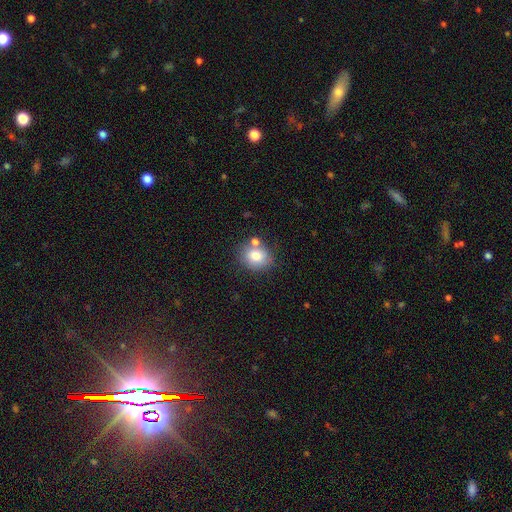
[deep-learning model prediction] This appears to be a smooth galaxy with no disk features (80%) that is round (62%). Merging: none (66%).